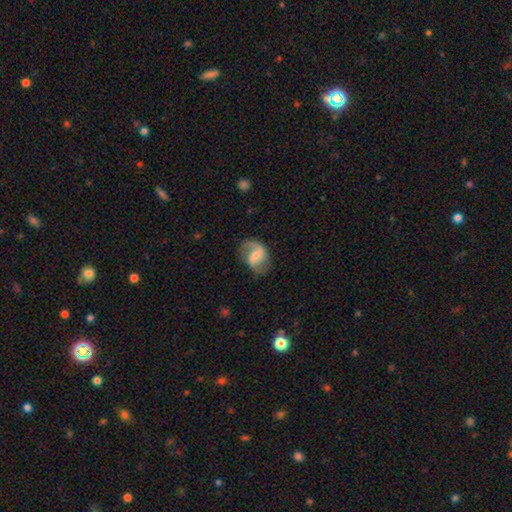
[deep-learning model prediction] Q: Smooth or featured?
A: featured or disk (74%); runner-up: smooth (20%)
Q: Edge-on disk?
A: no (97%); runner-up: yes (3%)
Q: Bar?
A: weak (51%); runner-up: strong (27%)
Q: Spiral arms?
A: yes (92%); runner-up: no (8%)
Q: Spiral winding?
A: loose (46%); runner-up: medium (42%)
Q: Spiral arm count?
A: 2 (83%); runner-up: 1 (9%)
Q: Bulge size?
A: small (48%); runner-up: moderate (39%)
Q: Merging?
A: none (71%); runner-up: minor disturbance (18%)